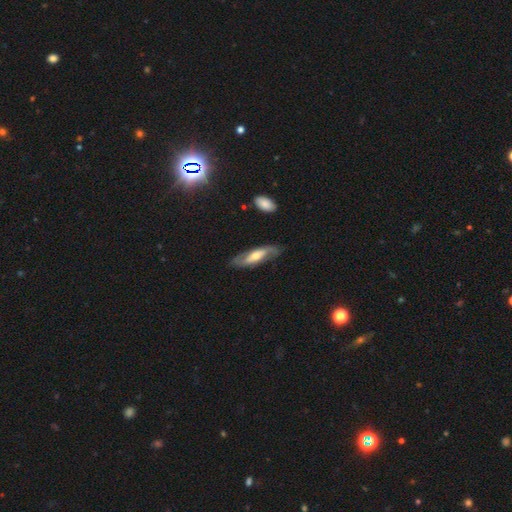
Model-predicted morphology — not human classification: Smooth or featured?
  - featured or disk: 66% *
  - smooth: 28%
  - star or artifact: 6%
Edge-on disk?
  - no: 77% *
  - yes: 23%
Bar?
  - weak: 35% *
  - no: 32%
  - strong: 32%
Spiral arms?
  - yes: 82% *
  - no: 18%
Bulge size?
  - moderate: 60% *
  - small: 28%
  - large: 9%
  - none: 2%
  - dominant: 1%
Merging?
  - none: 77% *
  - minor disturbance: 16%
  - major disturbance: 6%
  - merger: 2%